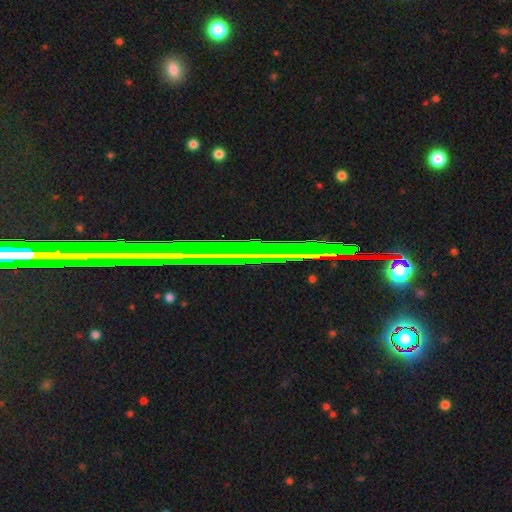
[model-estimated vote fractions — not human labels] Morphology: type=star or artifact (73%).